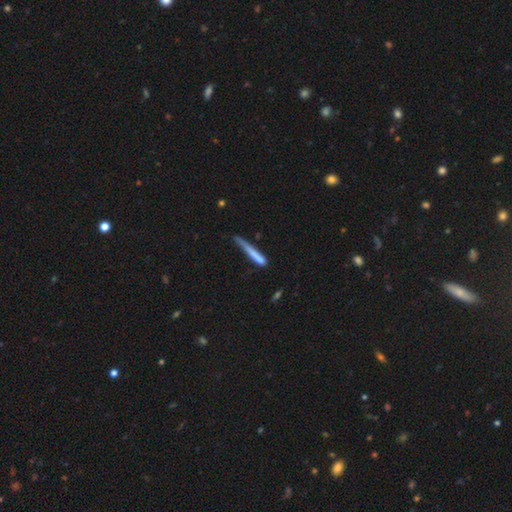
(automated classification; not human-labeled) Q: Smooth or featured?
A: smooth (71%); runner-up: featured or disk (22%)
Q: How rounded?
A: cigar-shaped (95%); runner-up: in between (4%)
Q: Merging?
A: none (49%); runner-up: minor disturbance (31%)